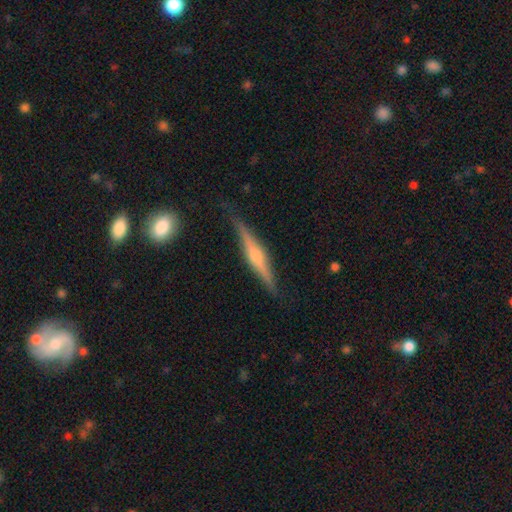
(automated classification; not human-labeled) Overall: featured or disk (74%). Edge-on disk: yes (97%). Edge-on bulge: rounded (86%). Merging: none (84%).